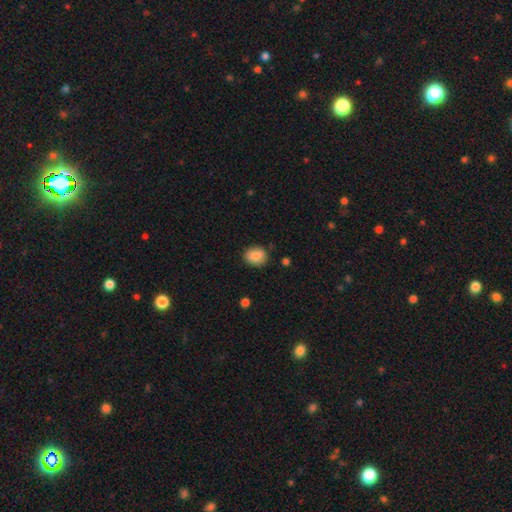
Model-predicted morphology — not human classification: A smooth galaxy with no disk features (85%) that is round (51%). Merging: none (82%).